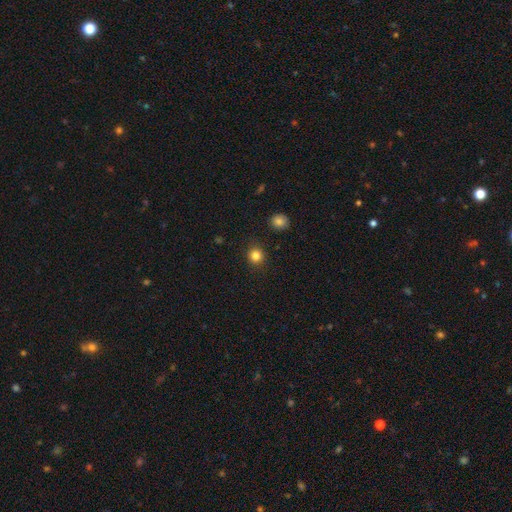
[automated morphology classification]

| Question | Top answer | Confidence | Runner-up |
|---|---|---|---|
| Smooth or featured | smooth | 83% | star or artifact (12%) |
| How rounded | round | 90% | in between (9%) |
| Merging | none | 90% | minor disturbance (6%) |